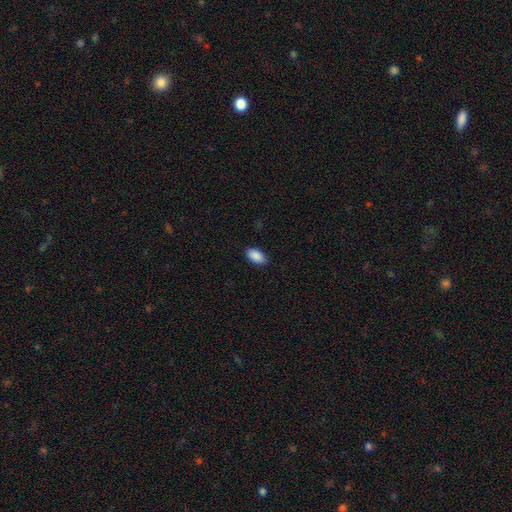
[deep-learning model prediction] The model was most divided on "merging": none: 87%, minor disturbance: 10%, major disturbance: 2%, merger: 1%. More confident: how rounded — in between (94%); smooth or featured — smooth (90%).